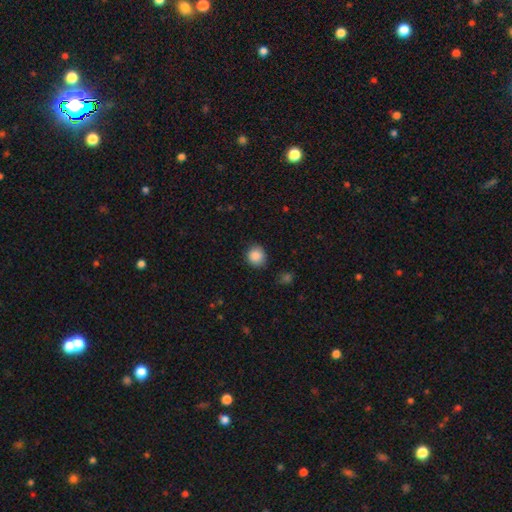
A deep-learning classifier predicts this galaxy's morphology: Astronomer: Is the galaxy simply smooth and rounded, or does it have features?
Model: smooth — 88%.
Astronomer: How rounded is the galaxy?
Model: round — 86%.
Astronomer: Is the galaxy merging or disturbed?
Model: none — 82%.